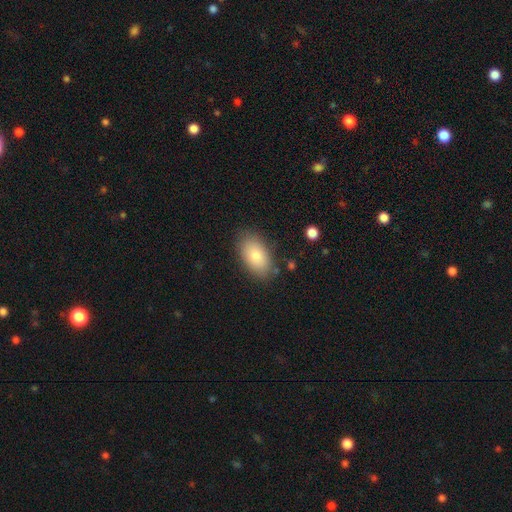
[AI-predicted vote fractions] Smooth or featured: smooth — 80% (featured or disk — 13%)
How rounded: in between — 92% (round — 6%)
Merging: none — 83% (minor disturbance — 12%)